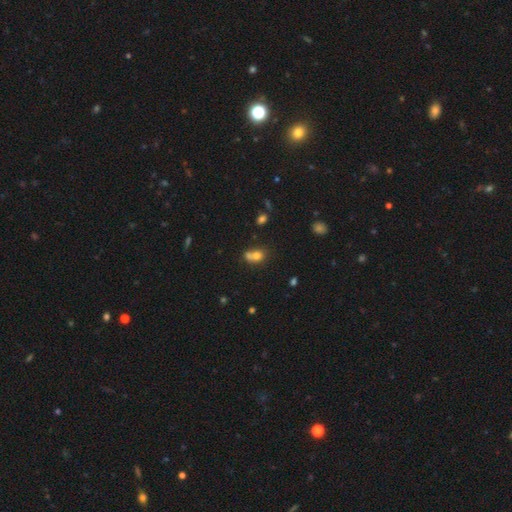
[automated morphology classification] A smooth galaxy with no disk features (73%) that is round (58%). Merging: merger (53%).